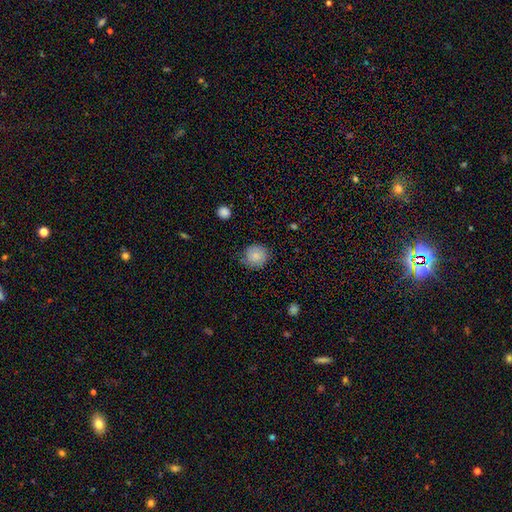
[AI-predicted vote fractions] smooth 77%, featured or disk 14%, star or artifact 8%. Down the decision tree: how rounded — round (89%); merging — none (74%).